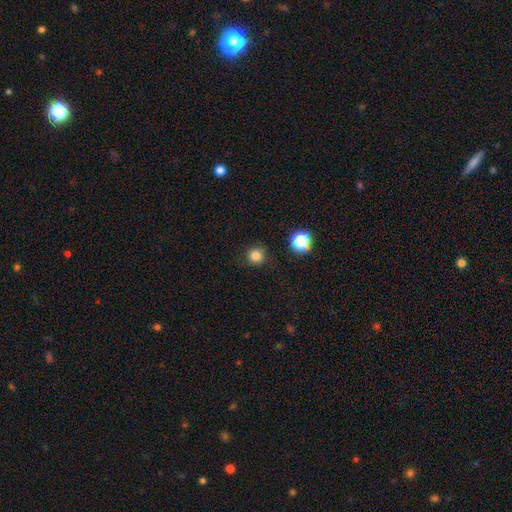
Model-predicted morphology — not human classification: smooth 81%, star or artifact 14%, featured or disk 5%. Down the decision tree: how rounded — round (93%); merging — none (86%).